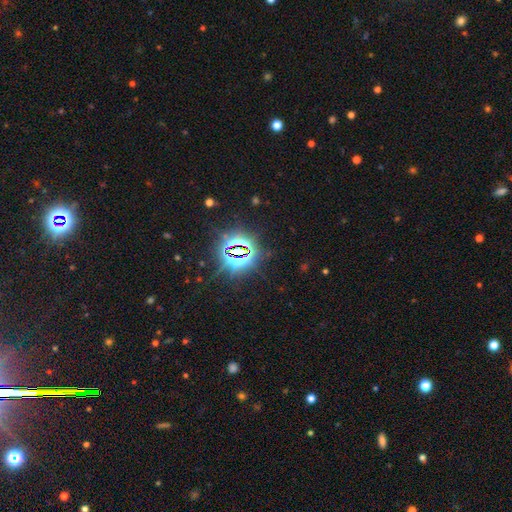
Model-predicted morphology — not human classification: Q: Smooth or featured?
A: star or artifact (83%); runner-up: smooth (9%)